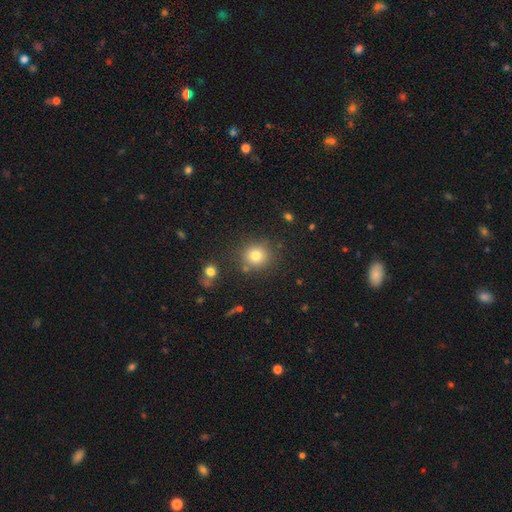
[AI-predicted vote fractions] smooth 78%, star or artifact 14%, featured or disk 8%. Down the decision tree: how rounded — round (90%); merging — none (82%).